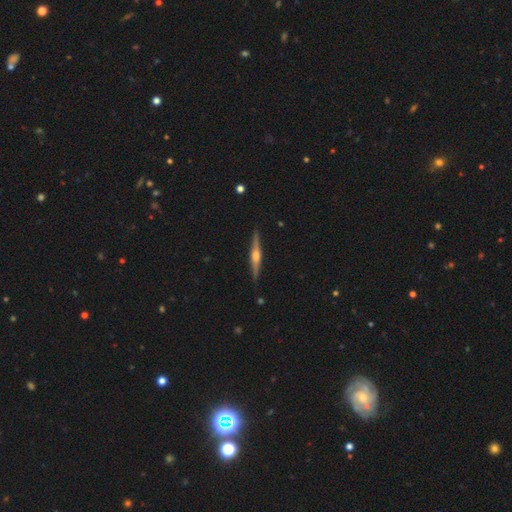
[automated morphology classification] The model was most divided on "smooth or featured": featured or disk: 78%, smooth: 17%, star or artifact: 5%. More confident: edge-on disk — yes (98%); merging — none (91%); edge-on bulge — rounded (85%).